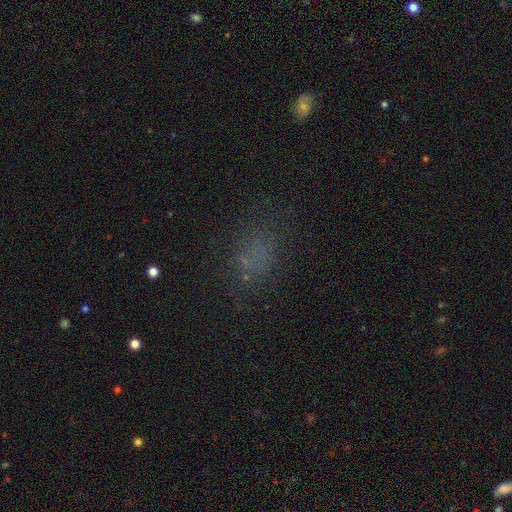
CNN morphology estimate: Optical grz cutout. It shows a smooth galaxy with no disk features (57%) that is in between round and cigar-shaped (68%). Merging: none (67%).